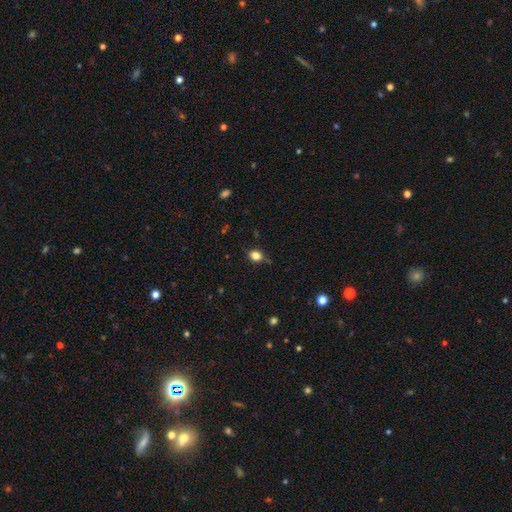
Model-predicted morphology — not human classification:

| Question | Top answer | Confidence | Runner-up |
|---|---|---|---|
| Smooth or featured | smooth | 81% | star or artifact (12%) |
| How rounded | round | 57% | in between (42%) |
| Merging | none | 77% | minor disturbance (18%) |